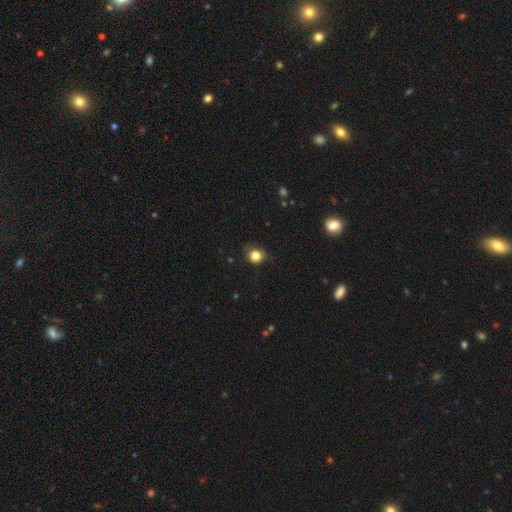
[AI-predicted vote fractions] A smooth galaxy with no disk features (82%) that is round (79%). Merging: none (74%).